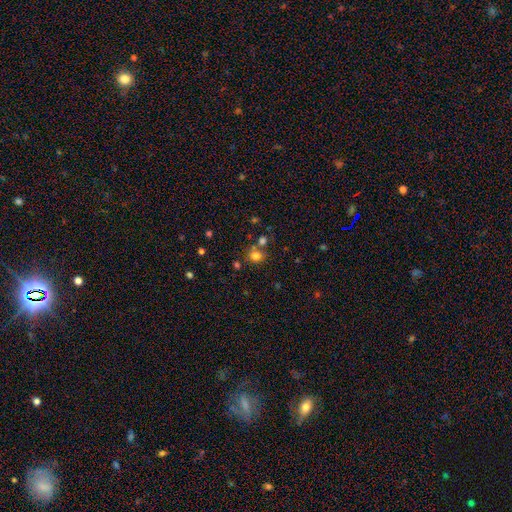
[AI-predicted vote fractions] This appears to be a smooth galaxy with no disk features (77%) that is round (81%). Merging: none (66%).